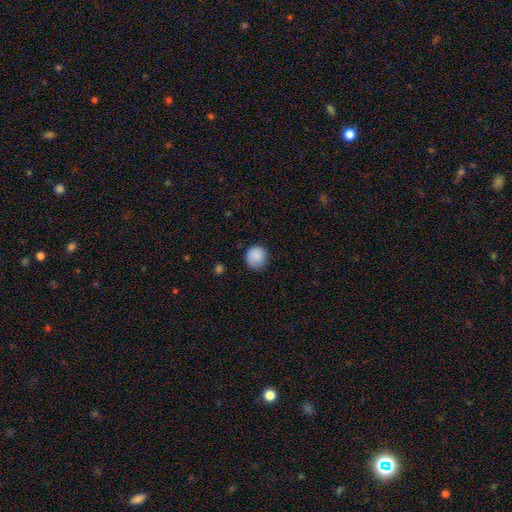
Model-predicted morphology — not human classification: Smooth or featured? Predicted: smooth (p=0.88). How rounded? Predicted: round (p=0.93). Merging? Predicted: none (p=0.84).